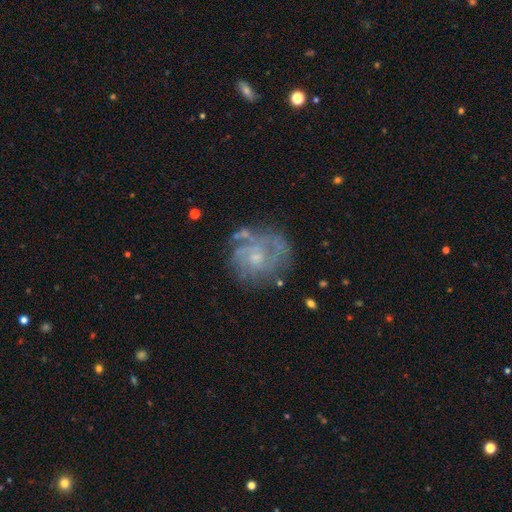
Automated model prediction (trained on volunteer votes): This is likely a featured or disk galaxy (75%). It is clearly not viewed edge-on (98%). Bar: likely no (74%). Spiral arm pattern: likely yes (78%). Spiral arm count: marginally can't tell (44%). Spiral winding: possibly tight (55%). Central bulge: likely small (62%). Merging: likely none (61%).